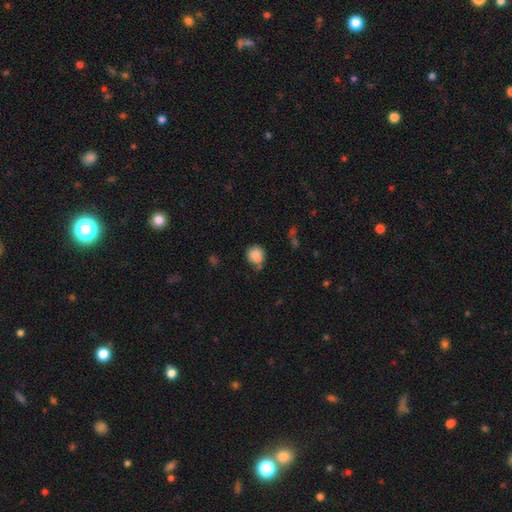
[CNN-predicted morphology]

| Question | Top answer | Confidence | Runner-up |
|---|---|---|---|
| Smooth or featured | smooth | 83% | star or artifact (9%) |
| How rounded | round | 86% | in between (13%) |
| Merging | none | 59% | minor disturbance (20%) |